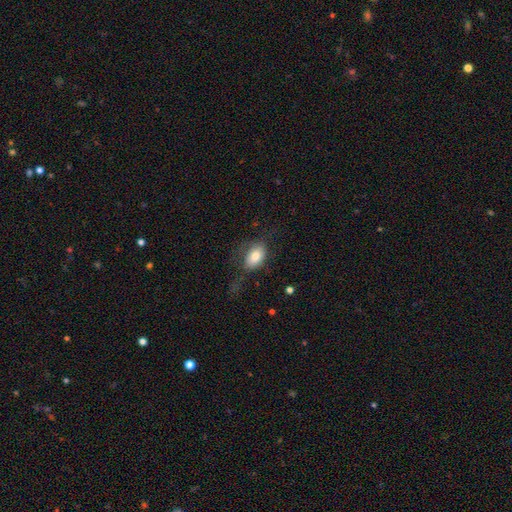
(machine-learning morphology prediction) Q: Smooth or featured?
A: smooth (77%); runner-up: featured or disk (15%)
Q: How rounded?
A: in between (90%); runner-up: round (8%)
Q: Merging?
A: none (51%); runner-up: major disturbance (24%)